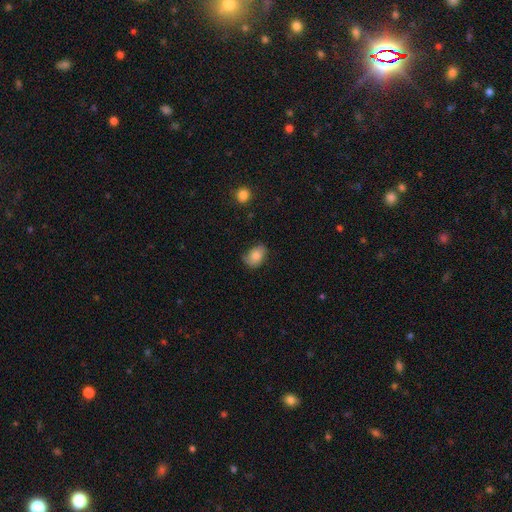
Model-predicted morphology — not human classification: This is clearly a smooth galaxy (81%). How rounded: likely in between (78%). Merging: possibly none (60%).